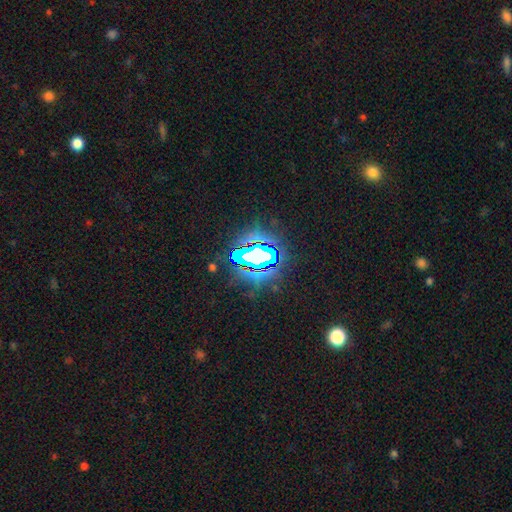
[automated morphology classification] A star or artifact, not a galaxy (70%).

Vote fractions:
- Smooth or featured? star or artifact: 70% / smooth: 16% / featured or disk: 14%